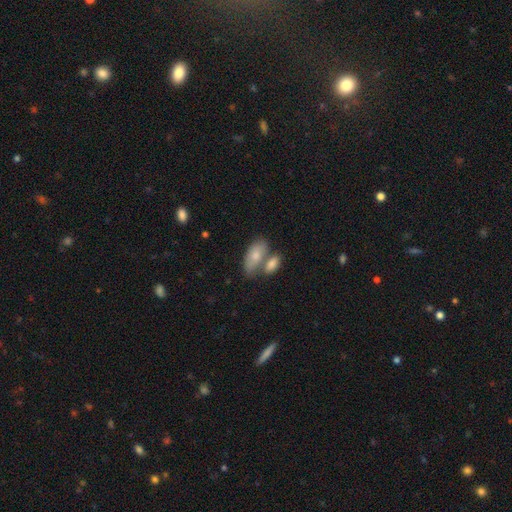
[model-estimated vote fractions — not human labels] Smooth or featured? smooth (77%)
How rounded? in between (90%)
Merging? merger (46%)